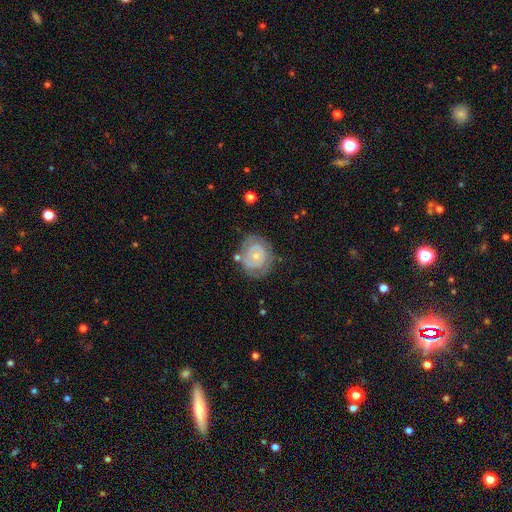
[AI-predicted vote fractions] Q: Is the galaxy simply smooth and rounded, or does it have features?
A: featured or disk — 72%.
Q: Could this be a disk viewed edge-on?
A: no — 97%.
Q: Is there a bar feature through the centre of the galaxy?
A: no — 79%.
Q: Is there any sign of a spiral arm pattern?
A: yes — 73%.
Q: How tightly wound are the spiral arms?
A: tight — 70%.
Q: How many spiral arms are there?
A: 2 — 41%.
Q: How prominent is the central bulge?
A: small — 71%.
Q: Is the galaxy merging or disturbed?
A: none — 65%.